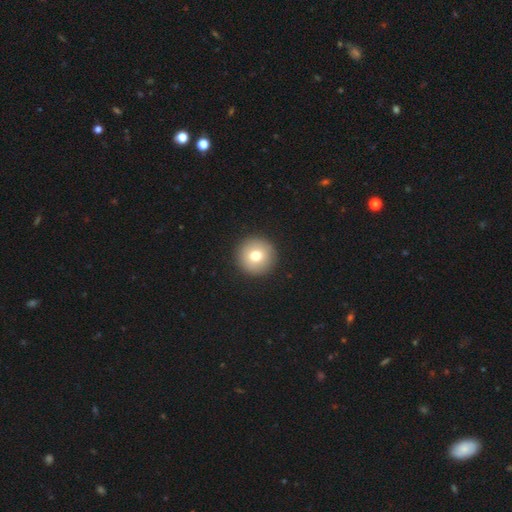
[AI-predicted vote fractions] The model was most divided on "smooth or featured": smooth: 76%, featured or disk: 14%, star or artifact: 10%. More confident: how rounded — round (96%); merging — none (93%).